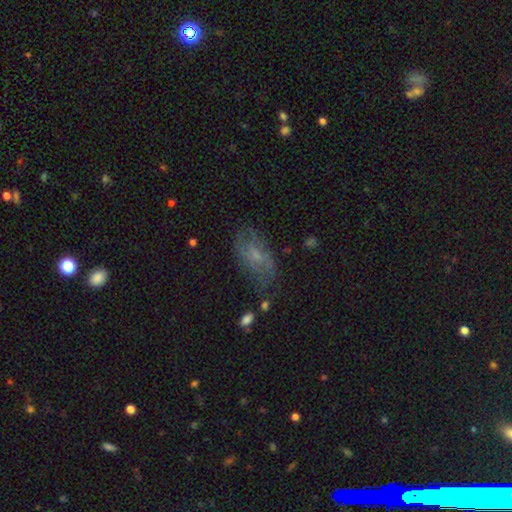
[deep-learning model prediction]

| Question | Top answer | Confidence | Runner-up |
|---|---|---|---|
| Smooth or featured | smooth | 46% | featured or disk (42%) |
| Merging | none | 57% | minor disturbance (25%) |